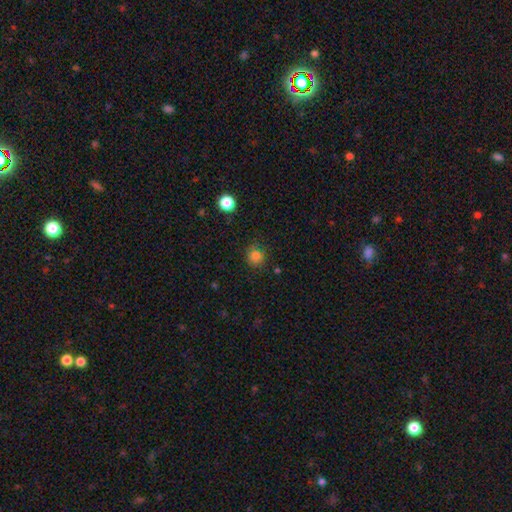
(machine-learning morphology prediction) The model was most divided on "smooth or featured": smooth: 81%, star or artifact: 13%, featured or disk: 6%. More confident: how rounded — round (90%); merging — none (83%).